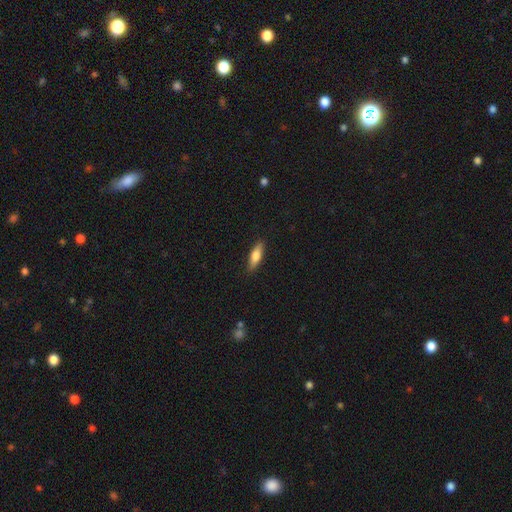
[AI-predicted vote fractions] Q: Smooth or featured?
A: smooth (72%); runner-up: featured or disk (22%)
Q: How rounded?
A: cigar-shaped (51%); runner-up: in between (47%)
Q: Merging?
A: none (88%); runner-up: minor disturbance (9%)